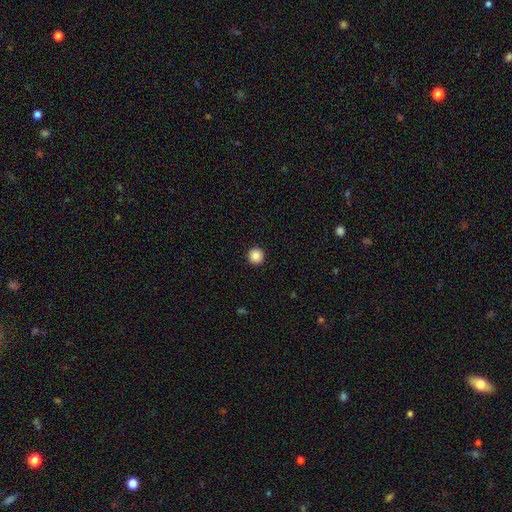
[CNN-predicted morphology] Smooth or featured: smooth — 87% (star or artifact — 9%)
How rounded: round — 96% (in between — 3%)
Merging: none — 94% (minor disturbance — 4%)